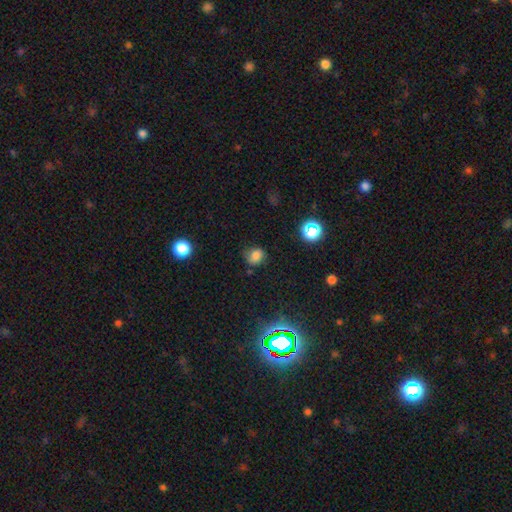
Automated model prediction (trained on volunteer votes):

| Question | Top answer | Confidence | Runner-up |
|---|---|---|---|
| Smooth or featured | smooth | 75% | star or artifact (16%) |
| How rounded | round | 66% | in between (33%) |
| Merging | none | 65% | minor disturbance (25%) |